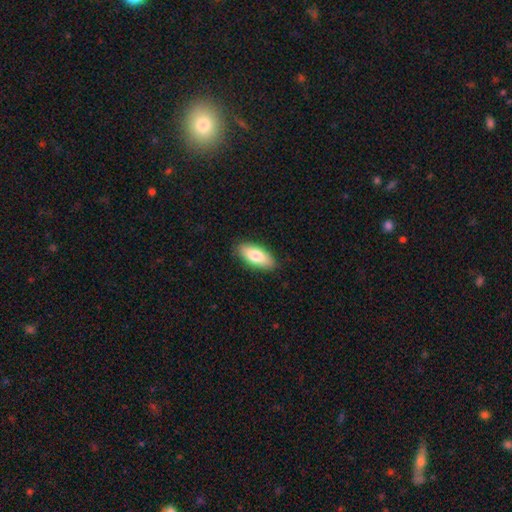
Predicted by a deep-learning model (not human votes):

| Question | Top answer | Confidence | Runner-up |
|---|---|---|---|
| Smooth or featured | smooth | 79% | featured or disk (15%) |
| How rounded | in between | 84% | cigar-shaped (14%) |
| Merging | none | 88% | minor disturbance (9%) |